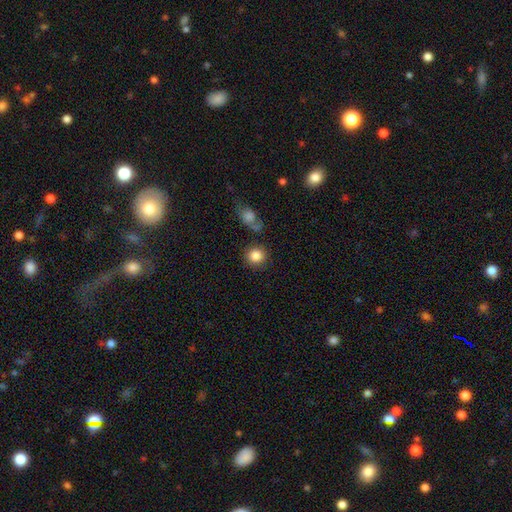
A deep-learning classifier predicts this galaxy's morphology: type=smooth (85%); roundness=round (89%); merging=none (80%).